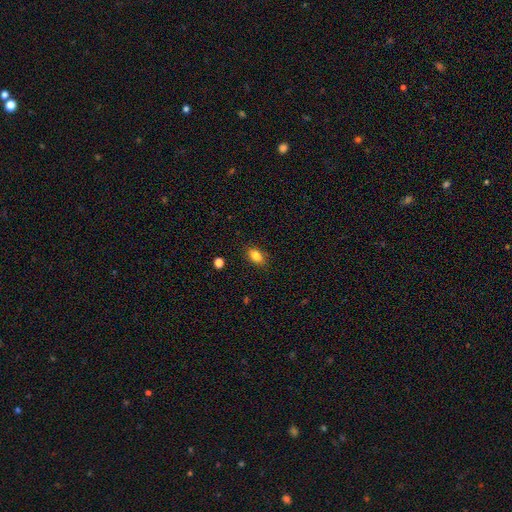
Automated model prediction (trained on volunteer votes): The model was most divided on "how rounded": in between: 85%, round: 12%, cigar-shaped: 3%. More confident: merging — none (84%); smooth or featured — smooth (84%).